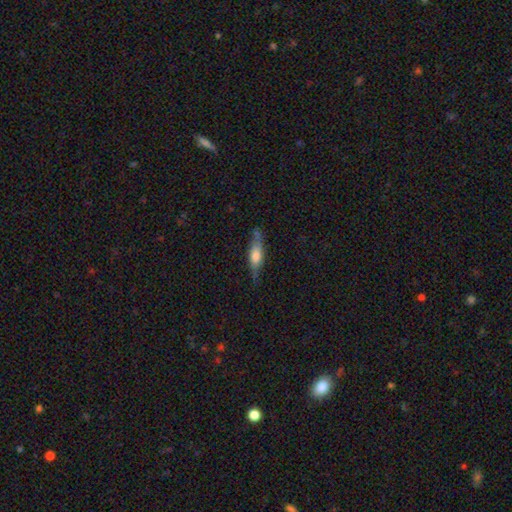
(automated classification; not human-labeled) Smooth or featured: smooth — 53% (featured or disk — 40%)
How rounded: cigar-shaped — 55% (in between — 42%)
Merging: none — 65% (minor disturbance — 25%)